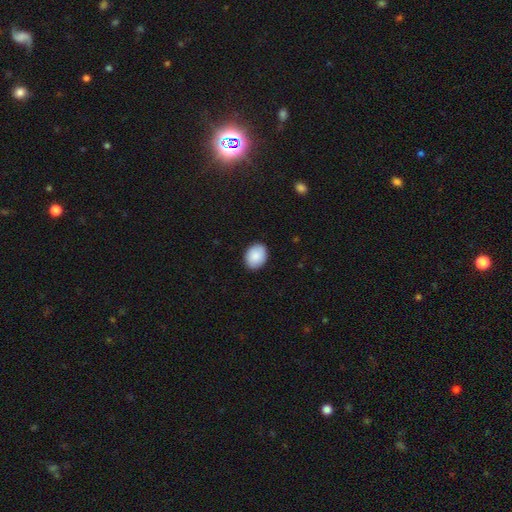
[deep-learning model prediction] Smooth or featured? smooth (89%)
How rounded? in between (66%)
Merging? none (89%)